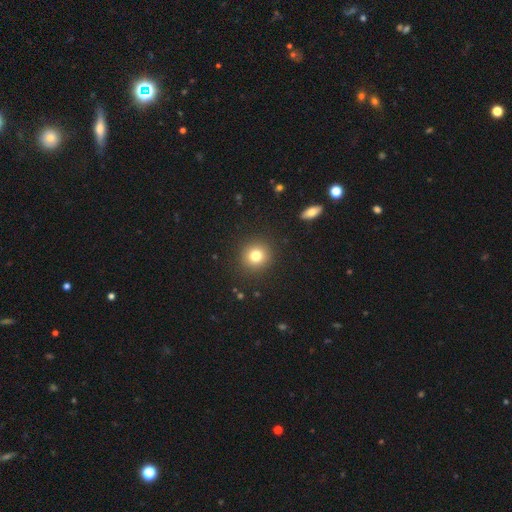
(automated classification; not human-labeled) The model was most divided on "smooth or featured": smooth: 79%, star or artifact: 12%, featured or disk: 9%. More confident: how rounded — round (91%); merging — none (91%).